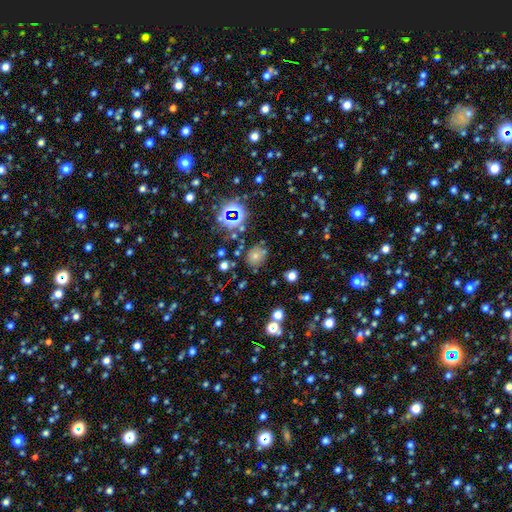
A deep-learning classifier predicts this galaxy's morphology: Q: Smooth or featured?
A: smooth (60%); runner-up: star or artifact (28%)
Q: How rounded?
A: round (70%); runner-up: in between (29%)
Q: Merging?
A: none (74%); runner-up: minor disturbance (14%)